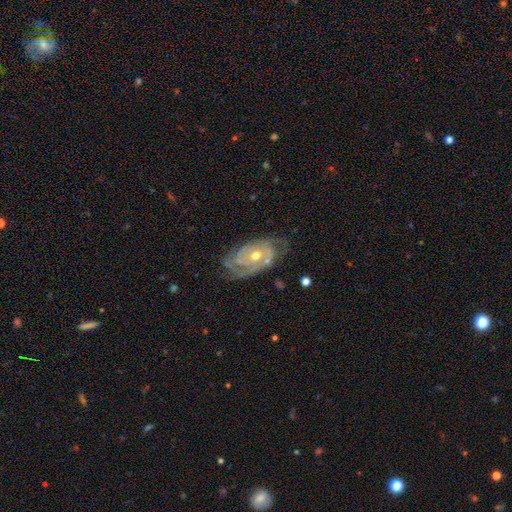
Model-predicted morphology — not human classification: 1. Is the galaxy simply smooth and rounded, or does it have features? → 85% featured or disk, 9% smooth, 6% star or artifact.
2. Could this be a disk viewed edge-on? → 95% no, 5% yes.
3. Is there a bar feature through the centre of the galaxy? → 74% no, 21% weak, 5% strong.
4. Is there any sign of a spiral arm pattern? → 91% yes, 9% no.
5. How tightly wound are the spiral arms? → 63% tight, 28% medium, 8% loose.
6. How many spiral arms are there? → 34% 2, 32% can't tell, 19% 3, 6% 4, 5% 1, 4% more than 4.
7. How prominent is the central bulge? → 61% moderate, 35% small, 2% large, 1% none, 1% dominant.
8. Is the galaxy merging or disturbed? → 64% none, 23% minor disturbance, 10% major disturbance, 3% merger.